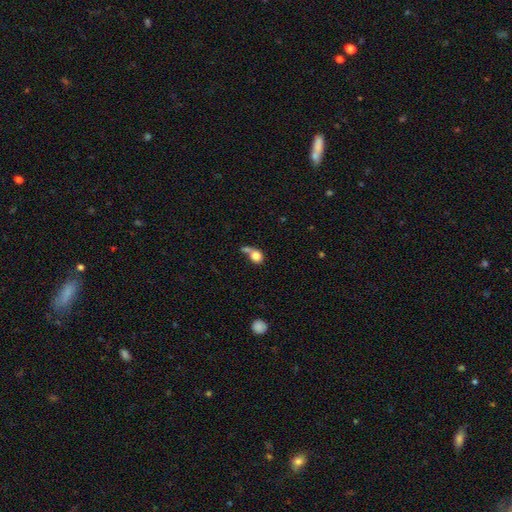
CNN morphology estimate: A smooth galaxy with no disk features (80%) that is round (69%). Merging: merger (43%).